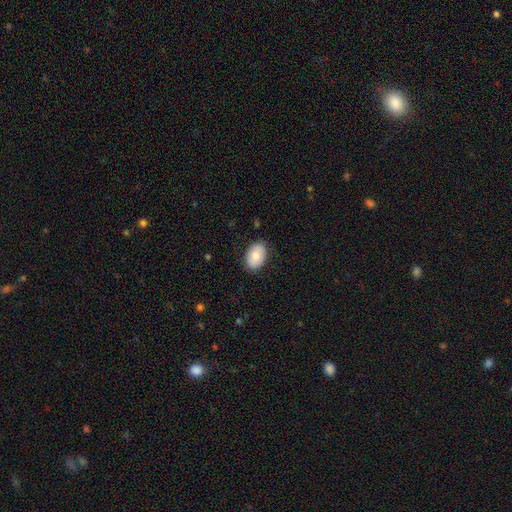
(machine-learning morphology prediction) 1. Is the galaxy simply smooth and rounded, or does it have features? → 78% smooth, 15% featured or disk, 7% star or artifact.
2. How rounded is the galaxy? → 85% in between, 14% round, 1% cigar-shaped.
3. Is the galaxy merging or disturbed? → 85% none, 12% minor disturbance, 2% major disturbance, 1% merger.